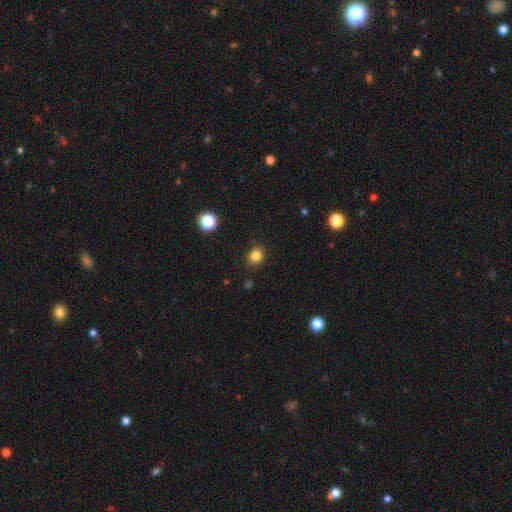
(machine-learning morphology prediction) Overall: smooth (83%). How rounded: round (72%). Merging: none (88%).